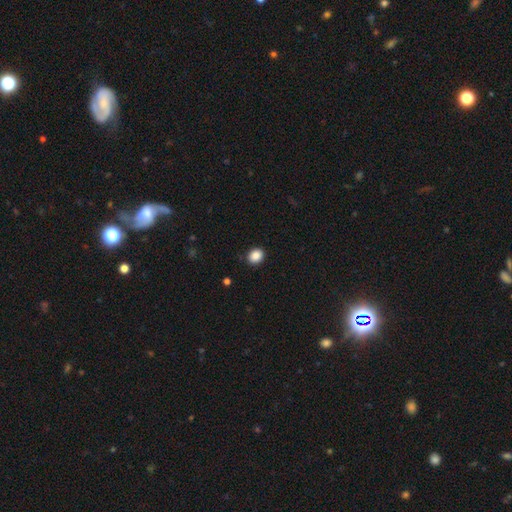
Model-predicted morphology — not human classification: Smooth or featured?
  - smooth: 88% *
  - star or artifact: 9%
  - featured or disk: 3%
How rounded?
  - round: 56% *
  - in between: 43%
  - cigar-shaped: 1%
Merging?
  - none: 89% *
  - minor disturbance: 8%
  - major disturbance: 2%
  - merger: 1%